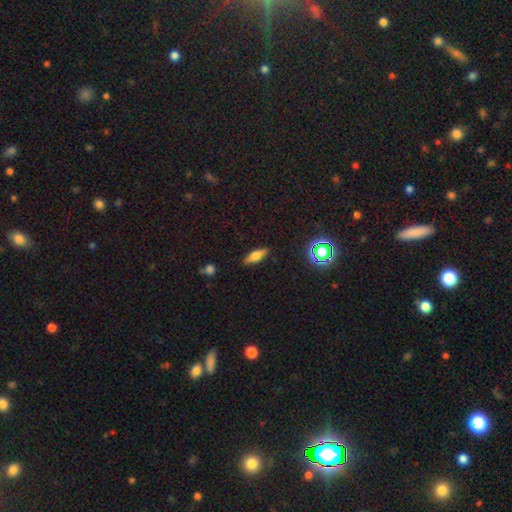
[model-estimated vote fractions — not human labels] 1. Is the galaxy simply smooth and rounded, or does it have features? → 57% smooth, 32% featured or disk, 11% star or artifact.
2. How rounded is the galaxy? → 56% in between, 40% cigar-shaped, 4% round.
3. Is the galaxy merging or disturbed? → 86% none, 10% minor disturbance, 2% major disturbance, 1% merger.